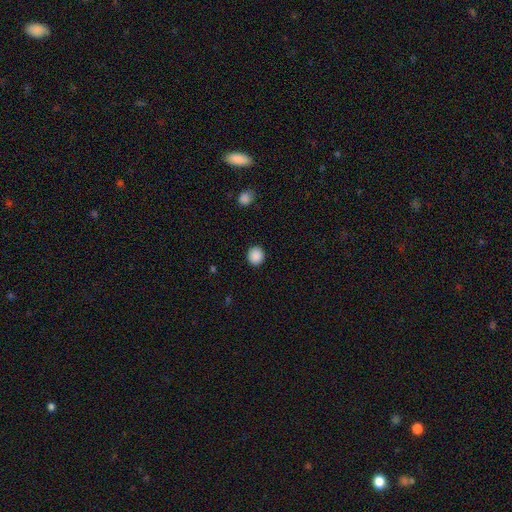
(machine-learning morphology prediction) smooth_or_featured: smooth (p=0.89) [alt: star or artifact p=0.08]
how_rounded: round (p=0.87) [alt: in between p=0.12]
merging: none (p=0.92) [alt: minor disturbance p=0.05]